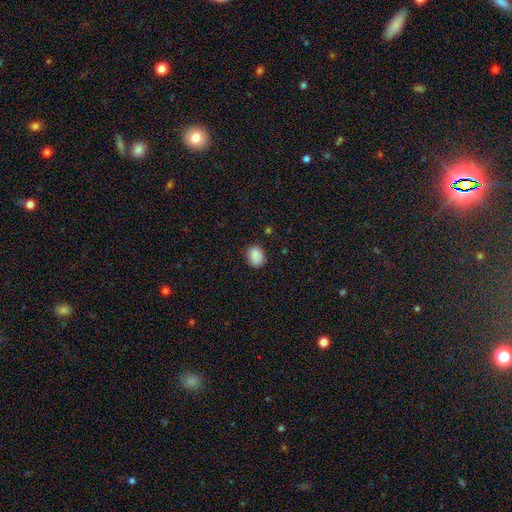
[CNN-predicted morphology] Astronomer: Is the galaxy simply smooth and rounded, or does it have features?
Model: smooth — 89%.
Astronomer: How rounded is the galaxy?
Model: in between — 50% (runner-up: round, 49%).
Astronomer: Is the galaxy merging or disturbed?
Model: none — 83%.